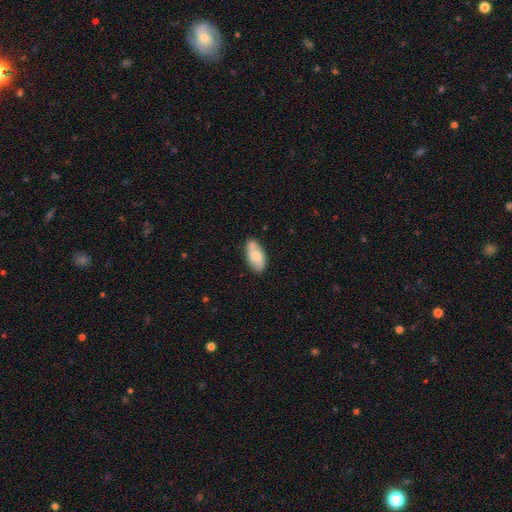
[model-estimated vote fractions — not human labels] Q: Smooth or featured?
A: smooth (63%); runner-up: featured or disk (30%)
Q: How rounded?
A: in between (92%); runner-up: cigar-shaped (5%)
Q: Merging?
A: none (77%); runner-up: minor disturbance (17%)